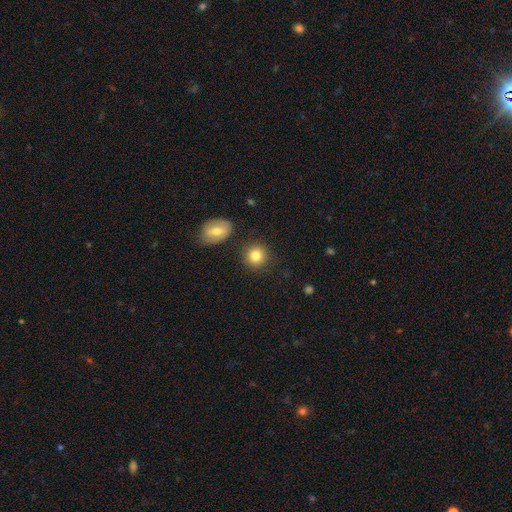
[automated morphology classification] This appears to be a smooth galaxy with no disk features (82%) that is round (88%). Merging: none (84%).